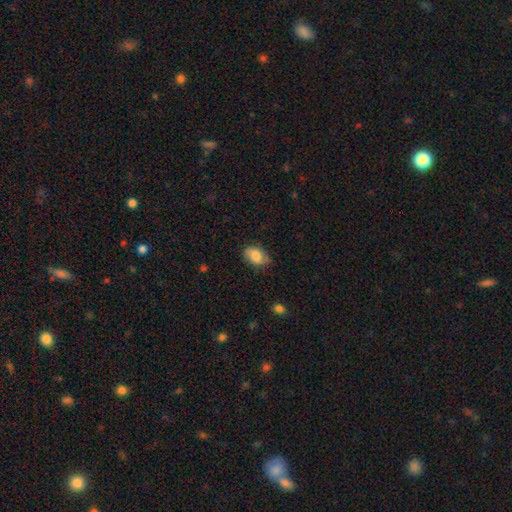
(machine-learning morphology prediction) Smooth or featured: smooth — 78% (featured or disk — 15%)
How rounded: in between — 82% (round — 17%)
Merging: none — 70% (minor disturbance — 24%)